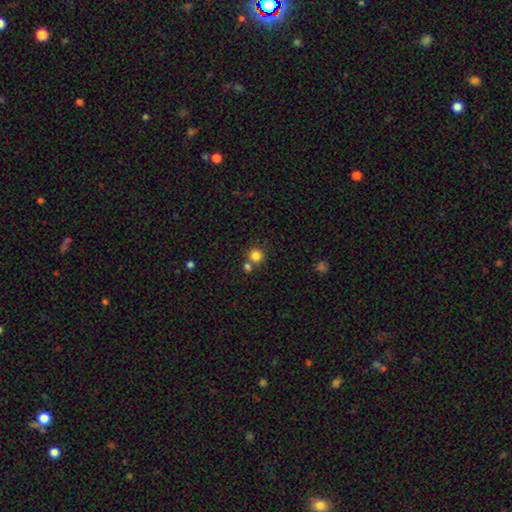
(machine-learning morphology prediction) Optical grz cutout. It shows a smooth galaxy with no disk features (82%) that is round (91%). Merging: none (64%).